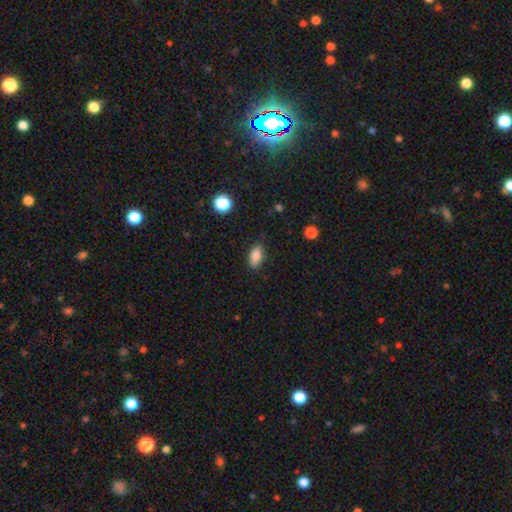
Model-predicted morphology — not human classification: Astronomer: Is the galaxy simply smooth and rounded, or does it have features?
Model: smooth — 85%.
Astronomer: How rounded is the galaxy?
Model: in between — 88%.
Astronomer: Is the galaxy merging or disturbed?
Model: none — 83%.